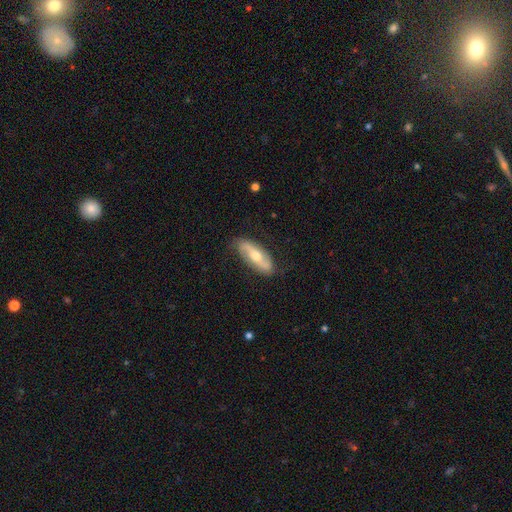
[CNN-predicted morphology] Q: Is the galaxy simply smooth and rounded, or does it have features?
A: featured or disk — 67%.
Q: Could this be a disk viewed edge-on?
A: no — 81%.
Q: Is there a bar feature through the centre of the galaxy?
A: no — 46%.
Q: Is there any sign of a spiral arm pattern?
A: yes — 84%.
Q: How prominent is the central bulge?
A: moderate — 68%.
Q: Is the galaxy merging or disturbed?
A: none — 81%.